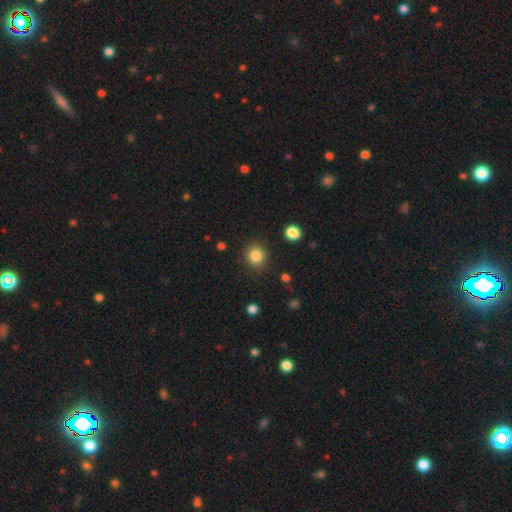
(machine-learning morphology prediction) Smooth or featured? Predicted: smooth (p=0.84). How rounded? Predicted: round (p=0.85). Merging? Predicted: none (p=0.88).